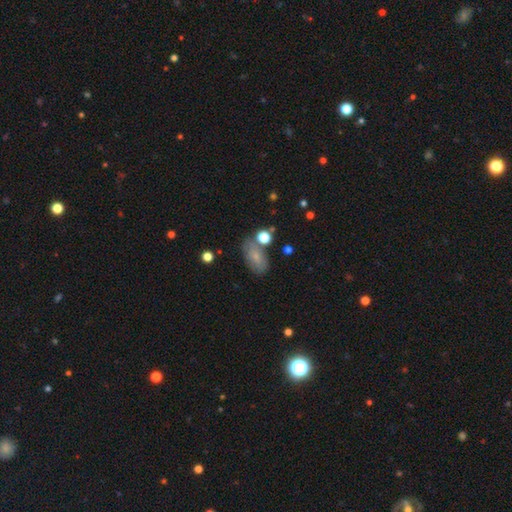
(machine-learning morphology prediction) type=smooth (69%); roundness=in between (87%); merging=none (65%).